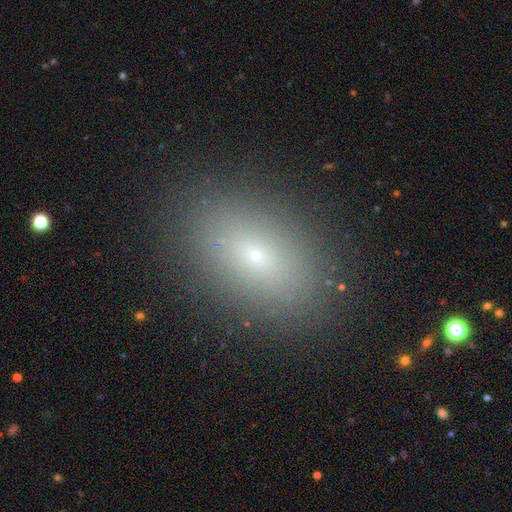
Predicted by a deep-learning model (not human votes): smooth 65%, featured or disk 18%, star or artifact 17%. Down the decision tree: how rounded — in between (81%); merging — none (87%).